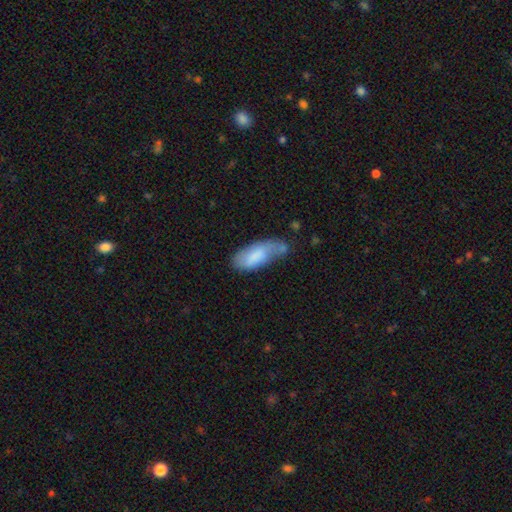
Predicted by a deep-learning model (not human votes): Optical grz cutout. It shows a smooth galaxy with no disk features (75%) that is in between round and cigar-shaped (81%). Merging: none (37%, tied with minor disturbance).